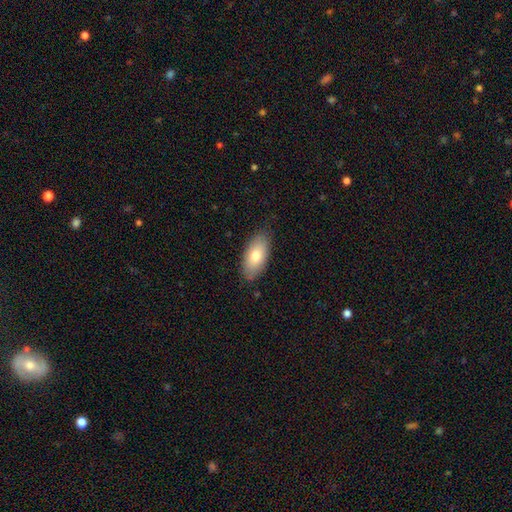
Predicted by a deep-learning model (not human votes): Morphology: type=smooth (76%); roundness=in between (90%); merging=none (83%).